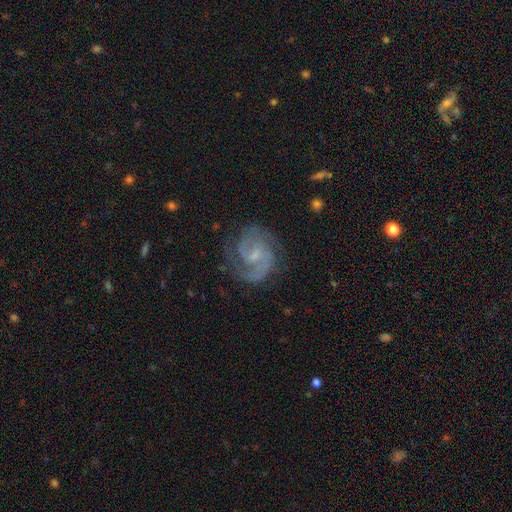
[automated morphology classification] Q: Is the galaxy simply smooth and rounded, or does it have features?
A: featured or disk — 89%.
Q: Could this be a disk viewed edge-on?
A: no — 98%.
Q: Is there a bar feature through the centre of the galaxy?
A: weak — 49%.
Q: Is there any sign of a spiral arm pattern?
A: yes — 98%.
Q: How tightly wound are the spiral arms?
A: medium — 51%.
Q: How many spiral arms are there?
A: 2 — 77%.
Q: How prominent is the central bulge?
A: small — 66%.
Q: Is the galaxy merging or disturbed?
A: none — 75%.